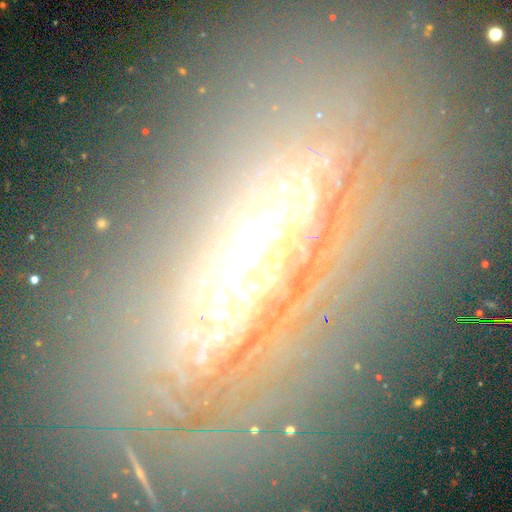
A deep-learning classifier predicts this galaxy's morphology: smooth_or_featured: featured or disk (p=0.64) [alt: smooth p=0.21]
disk_edge_on: yes (p=0.56) [alt: no p=0.44]
merging: none (p=0.76) [alt: minor disturbance p=0.14]